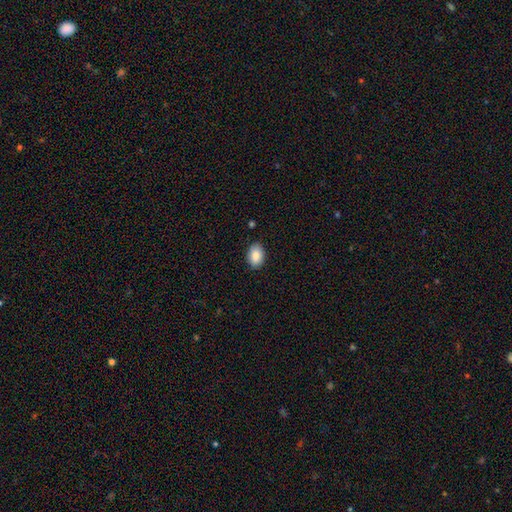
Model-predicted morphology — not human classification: This appears to be a smooth galaxy with no disk features (86%) that is in between round and cigar-shaped (84%). Merging: none (88%).